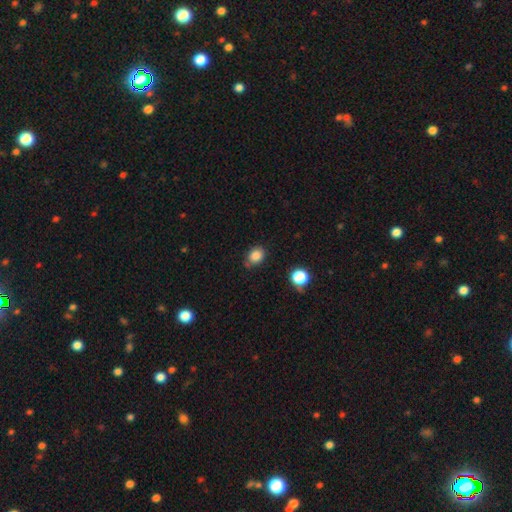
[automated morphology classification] The model was most divided on "how rounded": round: 59%, in between: 40%, cigar-shaped: 1%. More confident: smooth or featured — smooth (85%); merging — none (74%).